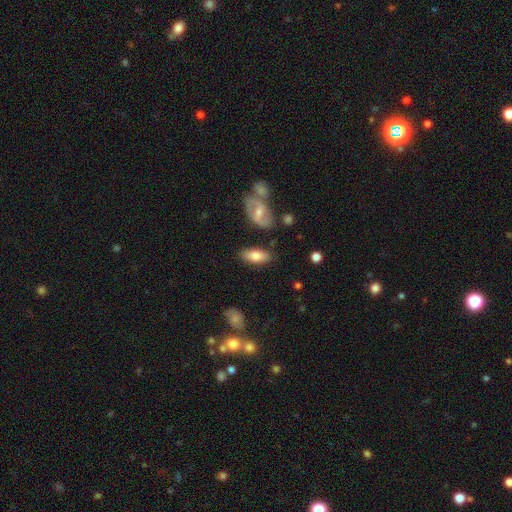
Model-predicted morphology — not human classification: Q: Smooth or featured?
A: smooth (75%); runner-up: featured or disk (19%)
Q: How rounded?
A: in between (88%); runner-up: cigar-shaped (9%)
Q: Merging?
A: none (80%); runner-up: minor disturbance (13%)